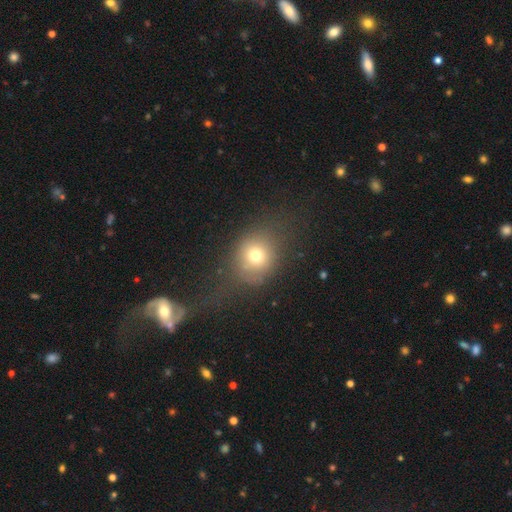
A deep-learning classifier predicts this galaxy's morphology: Q: Smooth or featured?
A: smooth (71%); runner-up: star or artifact (15%)
Q: How rounded?
A: round (70%); runner-up: in between (28%)
Q: Merging?
A: none (55%); runner-up: major disturbance (23%)